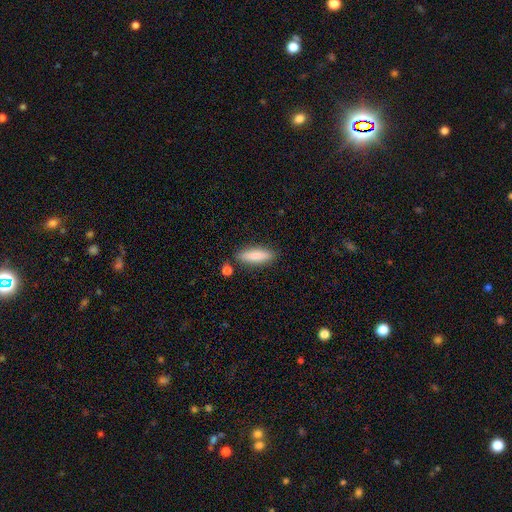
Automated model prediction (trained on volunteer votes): smooth 85%, featured or disk 9%, star or artifact 6%. Down the decision tree: how rounded — cigar-shaped (56%); merging — none (83%).